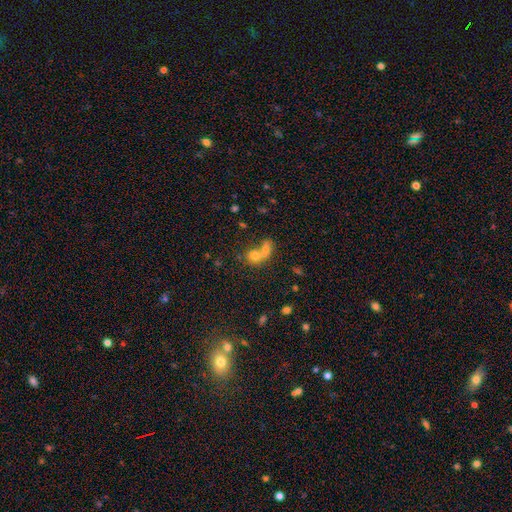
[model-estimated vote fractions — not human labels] This is likely a smooth galaxy (66%). How rounded: likely round (65%). Merging: likely merger (64%).